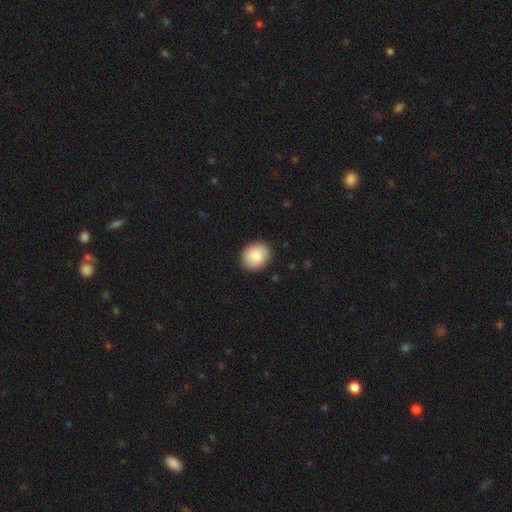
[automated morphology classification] This appears to be a smooth galaxy with no disk features (85%) that is round (67%). Merging: none (89%).